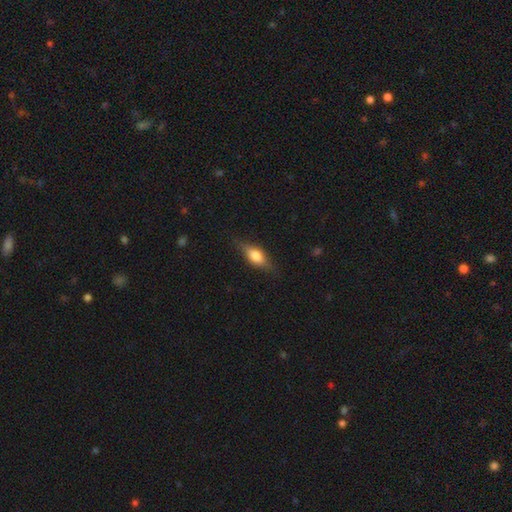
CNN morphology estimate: type=smooth (58%); roundness=in between (69%); merging=none (78%).